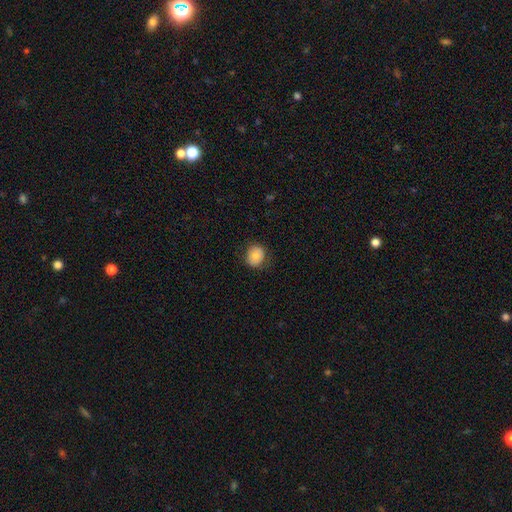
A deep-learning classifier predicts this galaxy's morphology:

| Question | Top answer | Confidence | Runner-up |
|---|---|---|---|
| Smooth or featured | smooth | 78% | featured or disk (13%) |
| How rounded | round | 65% | in between (34%) |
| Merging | none | 77% | minor disturbance (16%) |